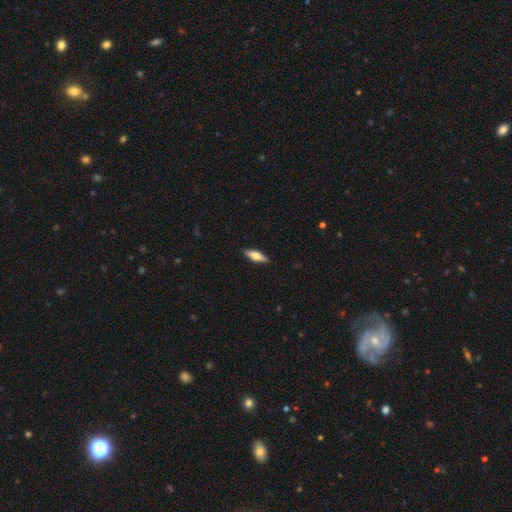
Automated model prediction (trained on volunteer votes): Q: Smooth or featured?
A: featured or disk (51%); runner-up: smooth (43%)
Q: Edge-on disk?
A: yes (94%); runner-up: no (6%)
Q: Merging?
A: none (89%); runner-up: minor disturbance (8%)